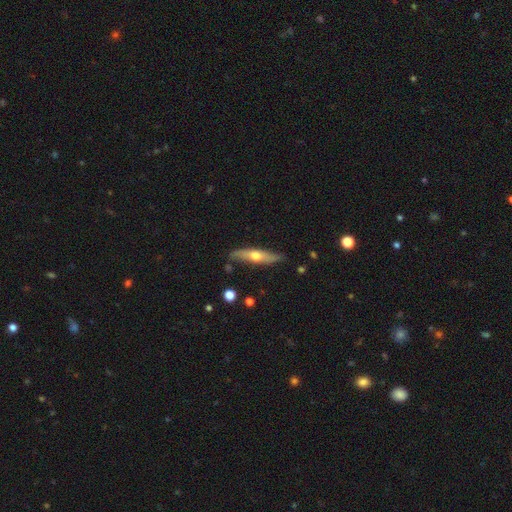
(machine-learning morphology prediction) This appears to be a featured or disk galaxy (53%) viewed edge-on (82%). Merging: none (78%).